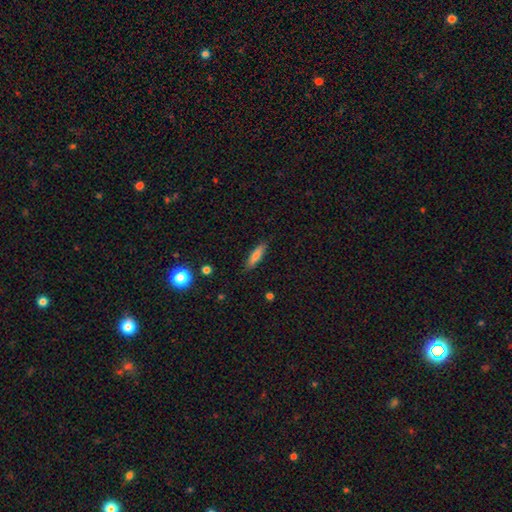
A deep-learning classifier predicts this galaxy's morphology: smooth-or-featured: smooth: 76% | featured or disk: 17% | star or artifact: 7%
  how-rounded: cigar-shaped: 68% | in between: 30% | round: 2%
  merging: none: 87% | minor disturbance: 10% | major disturbance: 2% | merger: 1%